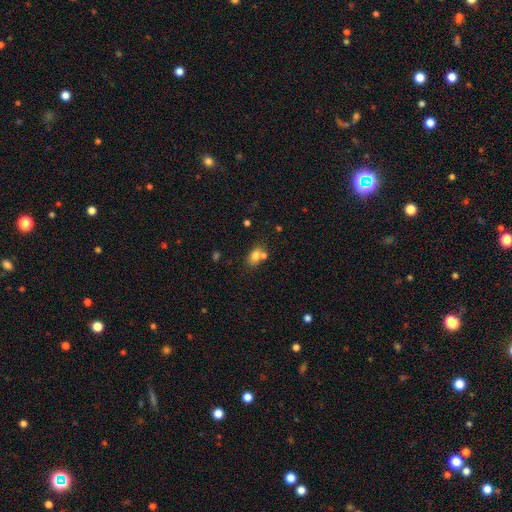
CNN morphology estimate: Smooth or featured? Predicted: smooth (p=0.75). How rounded? Predicted: in between (p=0.72). Merging? Predicted: none (p=0.50).